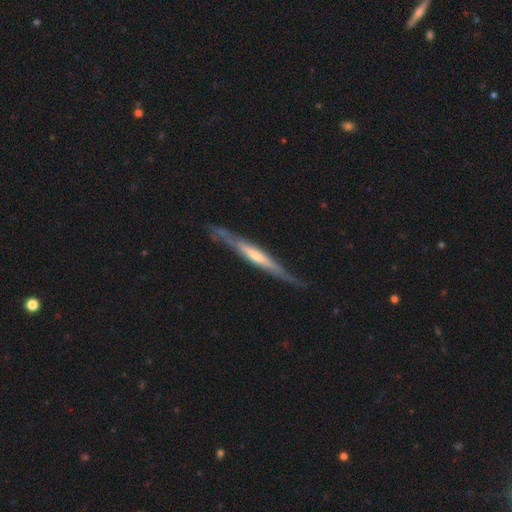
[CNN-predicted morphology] This is likely a featured or disk galaxy (76%). It is clearly viewed edge-on (92%). Edge-on bulge: possibly rounded (49%). Merging: likely none (77%).